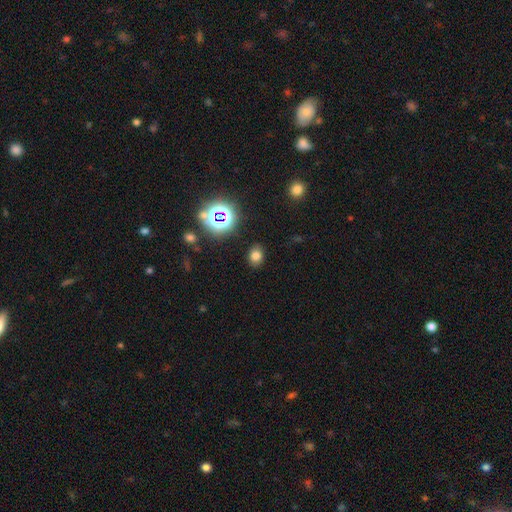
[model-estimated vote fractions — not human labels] smooth 72%, star or artifact 20%, featured or disk 8%. Down the decision tree: how rounded — in between (58%); merging — none (86%).